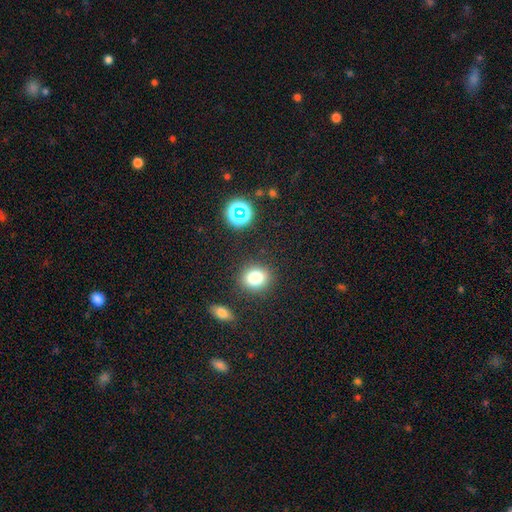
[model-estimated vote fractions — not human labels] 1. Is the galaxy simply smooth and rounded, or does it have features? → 49% smooth, 45% star or artifact, 6% featured or disk.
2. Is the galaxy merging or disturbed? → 84% none, 6% minor disturbance, 6% merger, 3% major disturbance.